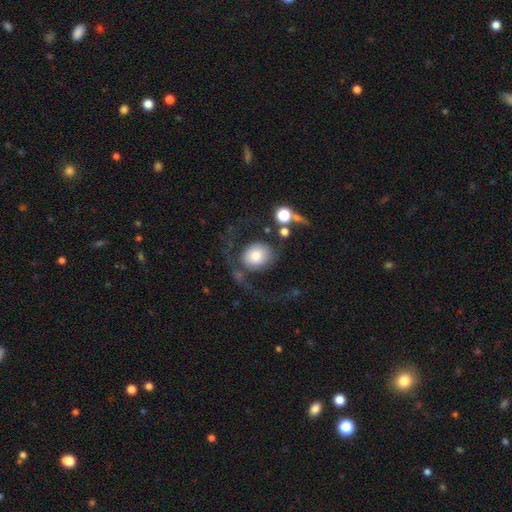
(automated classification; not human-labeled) Smooth or featured? smooth (62%)
How rounded? round (73%)
Merging? none (39%)